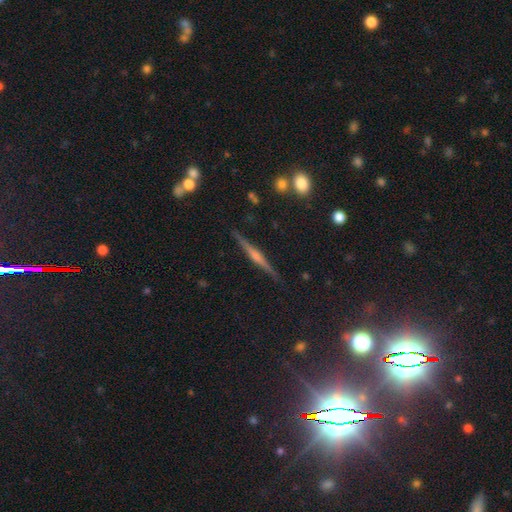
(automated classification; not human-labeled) A featured or disk galaxy (75%) viewed edge-on (98%) with a rounded central bulge (69%).

Vote fractions:
- Smooth or featured? featured or disk: 75% / smooth: 15% / star or artifact: 10%
- Edge-on disk? yes: 98% / no: 2%
- Edge-on bulge? rounded: 69% / boxy: 17% / none: 14%
- Merging? none: 90% / minor disturbance: 7% / major disturbance: 2% / merger: 1%